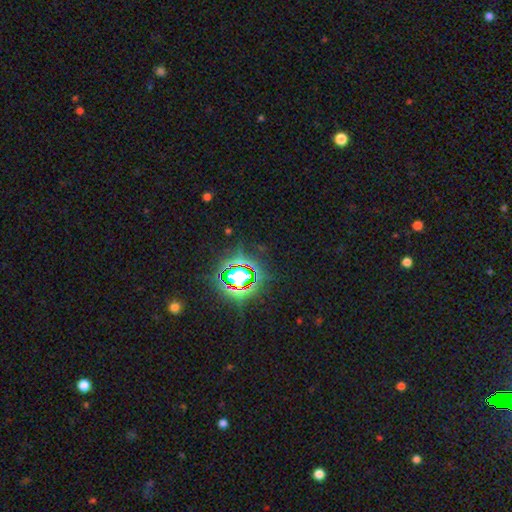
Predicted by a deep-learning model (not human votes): Smooth or featured? Predicted: star or artifact (p=0.80).